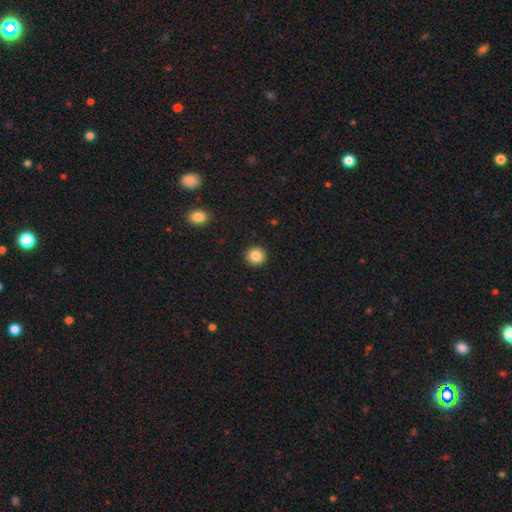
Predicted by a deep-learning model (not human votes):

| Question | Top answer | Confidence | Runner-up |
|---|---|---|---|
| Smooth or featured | smooth | 85% | star or artifact (9%) |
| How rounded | round | 94% | in between (5%) |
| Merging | none | 93% | minor disturbance (5%) |